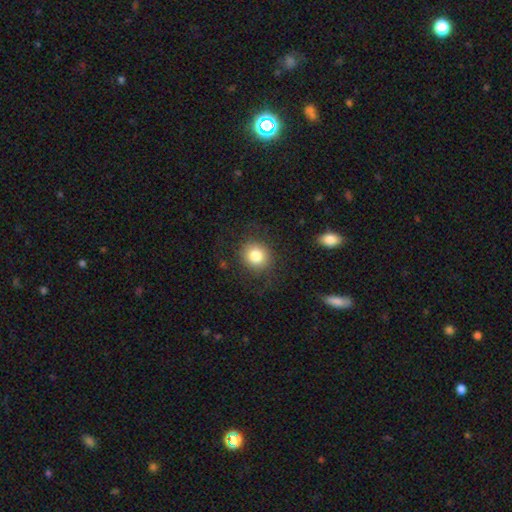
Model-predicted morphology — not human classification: The model was most divided on "how rounded": round: 84%, in between: 15%, cigar-shaped: 1%. More confident: merging — none (84%); smooth or featured — smooth (82%).